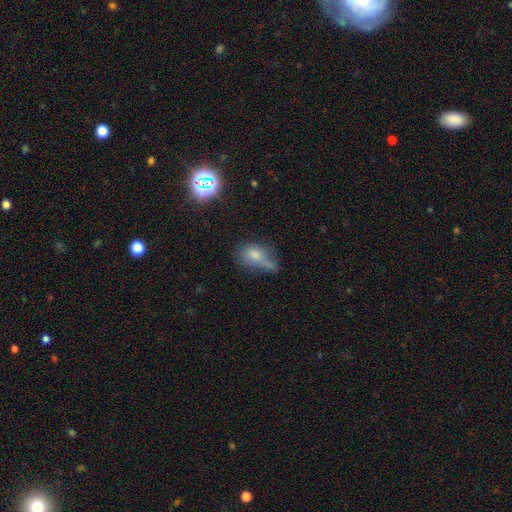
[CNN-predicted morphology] smooth-or-featured: smooth: 65% | featured or disk: 20% | star or artifact: 15%
  how-rounded: in between: 75% | round: 19% | cigar-shaped: 6%
  merging: major disturbance: 30% | minor disturbance: 29% | none: 27% | merger: 14%